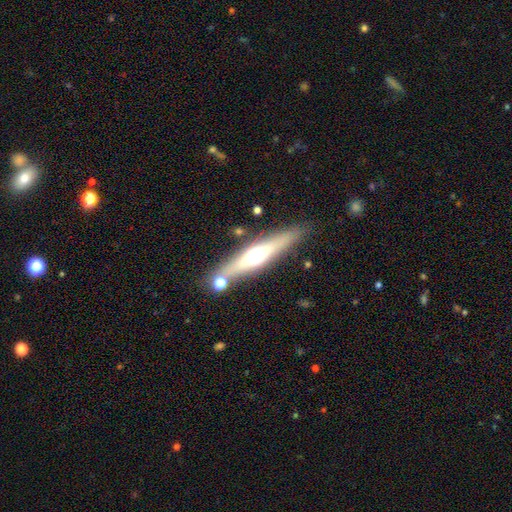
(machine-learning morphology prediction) This is possibly a featured or disk galaxy (58%). It is clearly viewed edge-on (90%). Edge-on bulge: clearly rounded (90%). Merging: clearly none (80%).